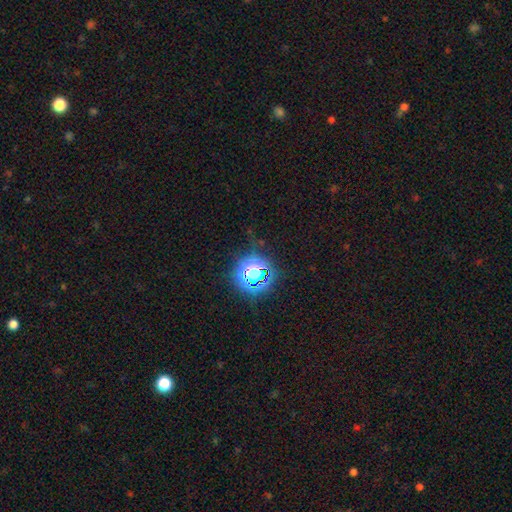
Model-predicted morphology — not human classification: Smooth or featured: star or artifact — 77% (smooth — 16%)